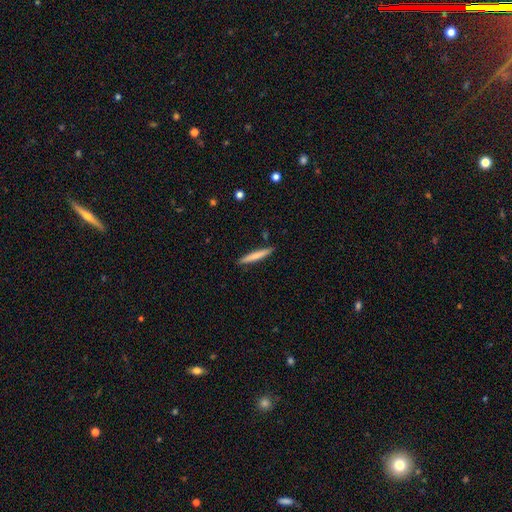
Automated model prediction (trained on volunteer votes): This is likely a smooth galaxy (72%). How rounded: clearly cigar-shaped (95%). Merging: clearly none (90%).